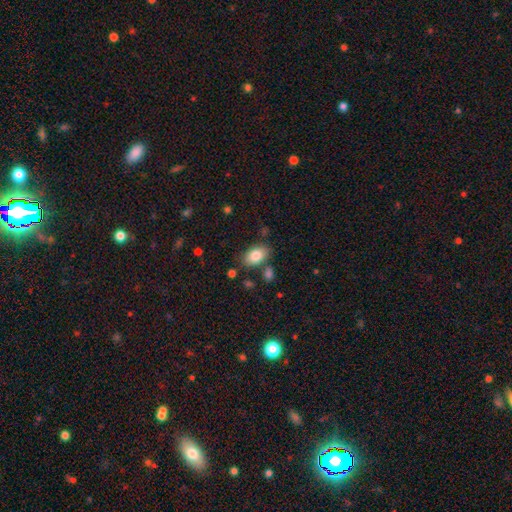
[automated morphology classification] The model was most divided on "merging": none: 78%, minor disturbance: 13%, merger: 6%, major disturbance: 3%. More confident: how rounded — in between (91%); smooth or featured — smooth (83%).